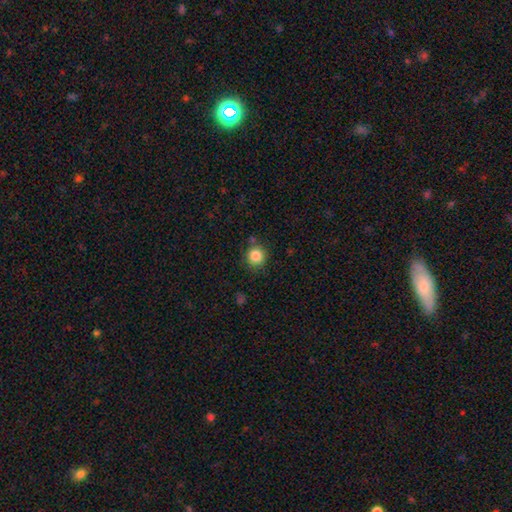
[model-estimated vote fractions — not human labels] The model was most divided on "merging": none: 81%, minor disturbance: 11%, merger: 4%, major disturbance: 3%. More confident: how rounded — round (91%); smooth or featured — smooth (85%).